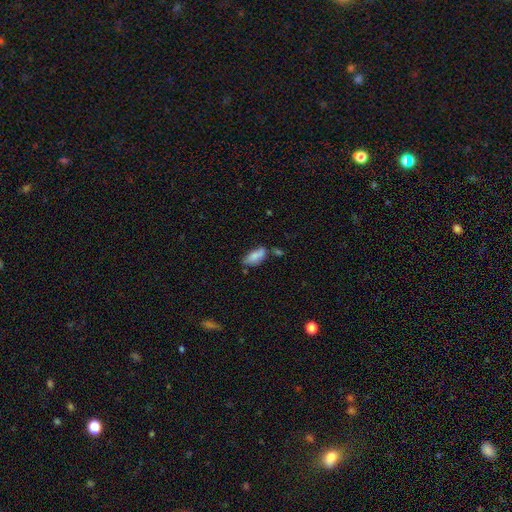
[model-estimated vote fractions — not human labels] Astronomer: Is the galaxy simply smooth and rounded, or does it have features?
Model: smooth — 75%.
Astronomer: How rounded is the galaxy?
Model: in between — 81%.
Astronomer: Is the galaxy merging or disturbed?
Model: none — 48% (runner-up: minor disturbance, 25%).